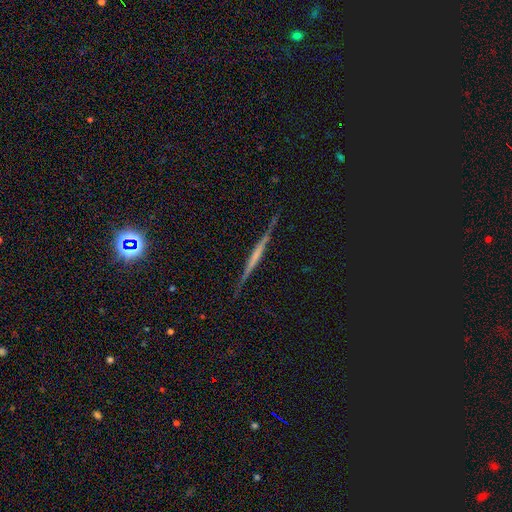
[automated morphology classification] The model was most divided on "smooth or featured": featured or disk: 70%, smooth: 23%, star or artifact: 7%. More confident: edge-on disk — yes (97%); merging — none (87%); edge-on bulge — none (69%).